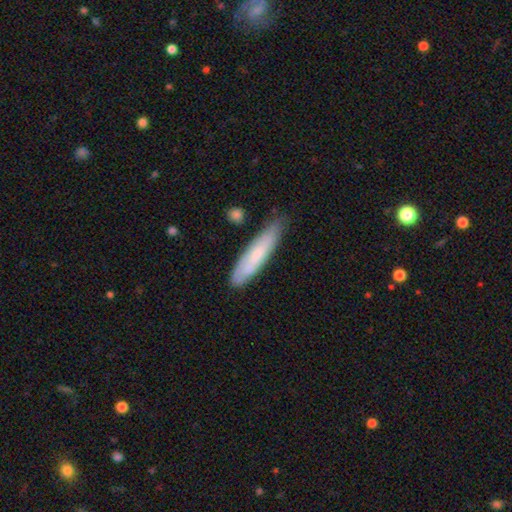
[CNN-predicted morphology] A smooth galaxy with no disk features (65%) that is cigar-shaped (81%).

Vote fractions:
- Smooth or featured? smooth: 65% / featured or disk: 29% / star or artifact: 6%
- How rounded? cigar-shaped: 81% / in between: 18% / round: 1%
- Merging? none: 76% / minor disturbance: 19% / major disturbance: 3% / merger: 3%